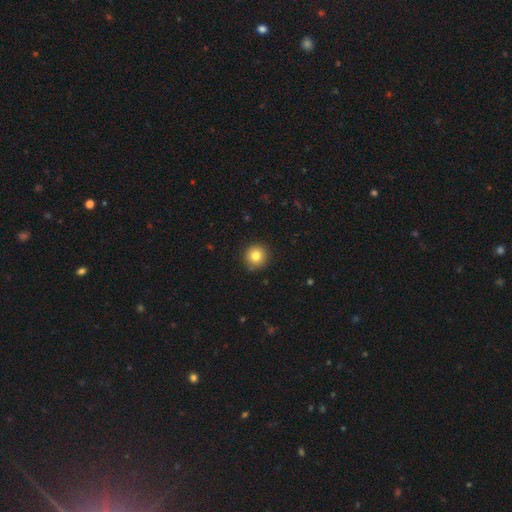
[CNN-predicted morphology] The model was most divided on "smooth or featured": smooth: 83%, star or artifact: 10%, featured or disk: 7%. More confident: how rounded — round (94%); merging — none (90%).